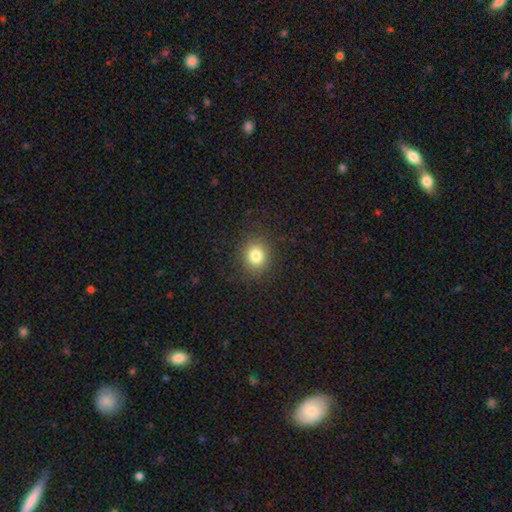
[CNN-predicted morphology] This is clearly a smooth galaxy (80%). How rounded: clearly round (81%). Merging: clearly none (87%).